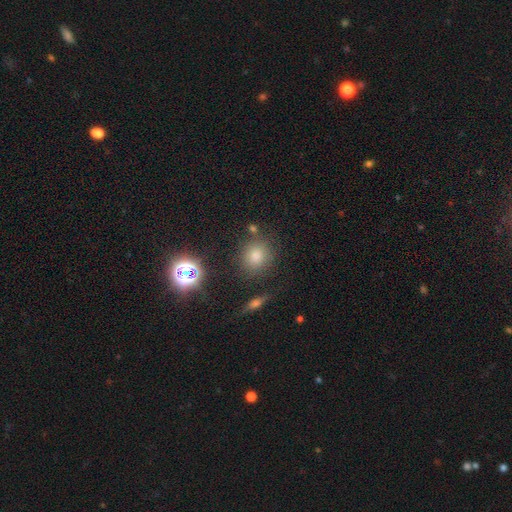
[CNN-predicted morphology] This appears to be a smooth galaxy with no disk features (70%) that is round (84%). Merging: none (82%).